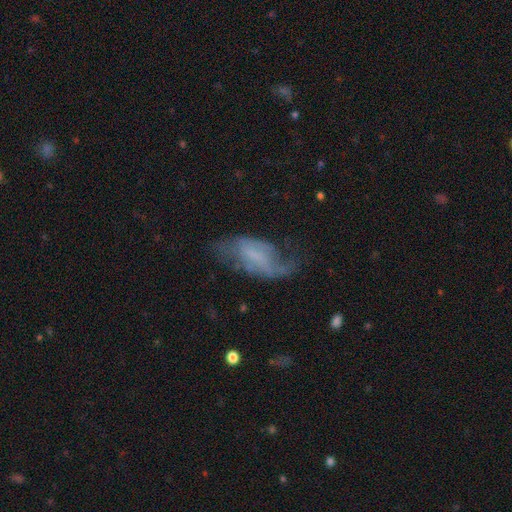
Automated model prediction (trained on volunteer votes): This appears to be a featured or disk galaxy (60%) with a weak bar (42%), spiral arms (71%) and no central bulge (53%). Merging: none (39%).